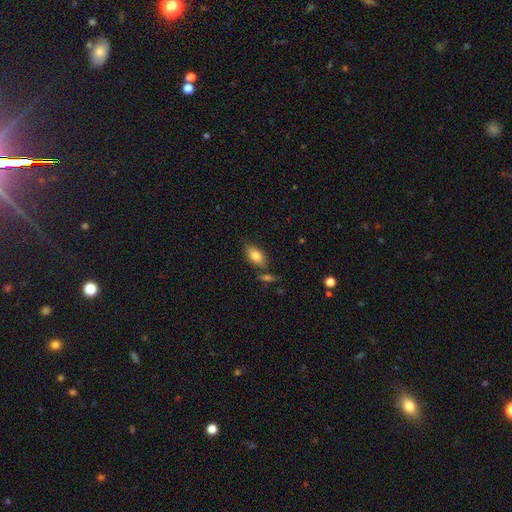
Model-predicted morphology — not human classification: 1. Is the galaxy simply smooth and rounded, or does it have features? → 78% smooth, 15% featured or disk, 7% star or artifact.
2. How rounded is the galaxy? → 87% in between, 7% cigar-shaped, 6% round.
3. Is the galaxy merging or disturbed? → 71% none, 15% minor disturbance, 10% merger, 4% major disturbance.